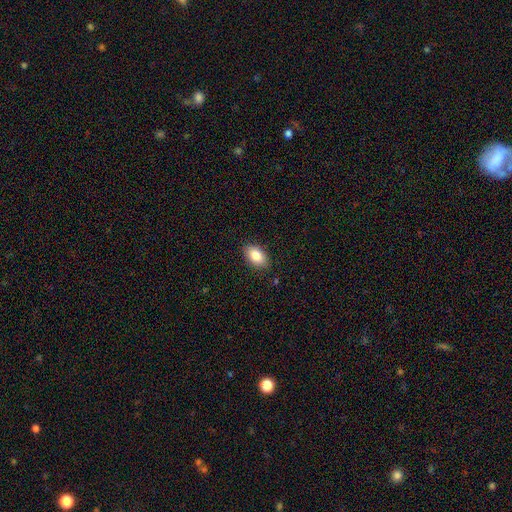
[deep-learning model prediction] This is clearly a smooth galaxy (85%). How rounded: clearly in between (91%). Merging: clearly none (87%).